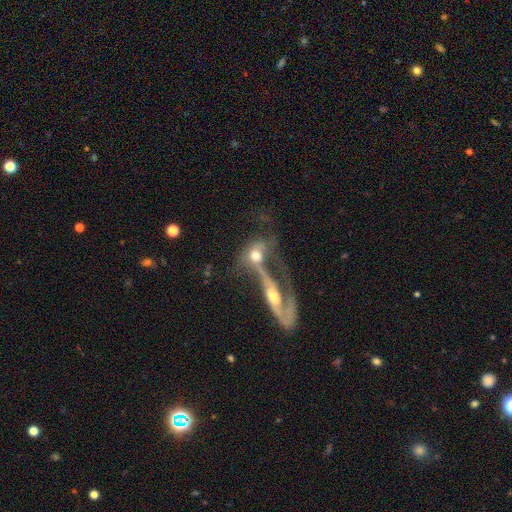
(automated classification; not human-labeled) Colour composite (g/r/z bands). It shows a featured or disk galaxy (51%). Merging: merger (68%).